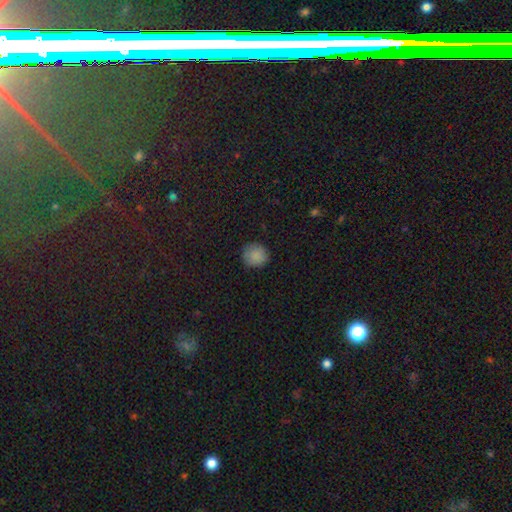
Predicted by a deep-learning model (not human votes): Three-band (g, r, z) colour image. It shows a smooth galaxy with no disk features (87%) that is round (91%). Merging: none (87%).